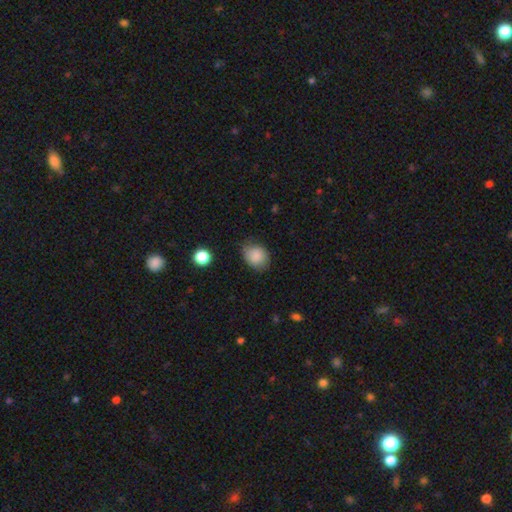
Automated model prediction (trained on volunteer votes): This appears to be a smooth galaxy with no disk features (86%) that is in between round and cigar-shaped (53%). Merging: none (73%).